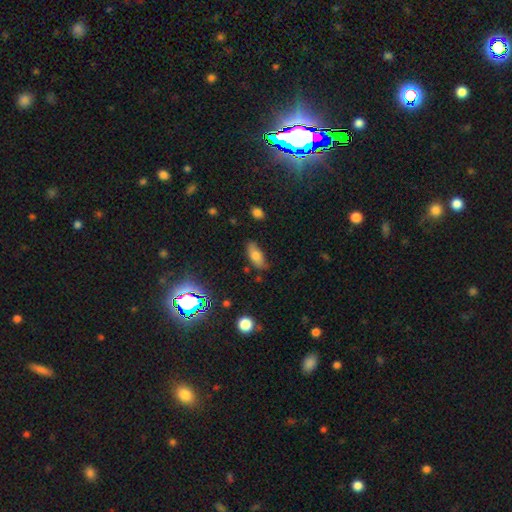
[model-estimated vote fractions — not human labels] smooth-or-featured: smooth: 71% | featured or disk: 18% | star or artifact: 11%
  how-rounded: in between: 84% | cigar-shaped: 13% | round: 4%
  merging: none: 69% | minor disturbance: 24% | major disturbance: 5% | merger: 3%